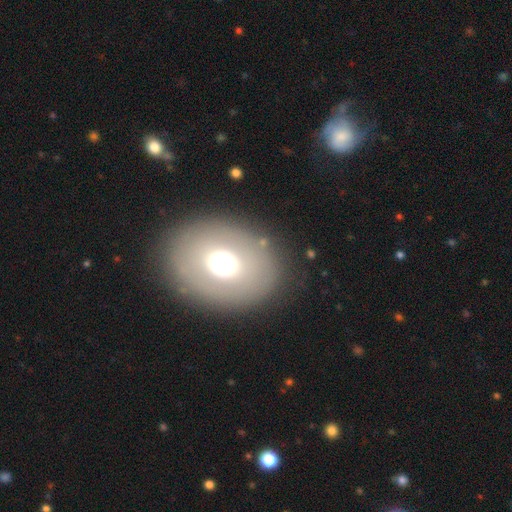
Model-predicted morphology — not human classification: type=smooth (62%); roundness=in between (63%); merging=none (86%).